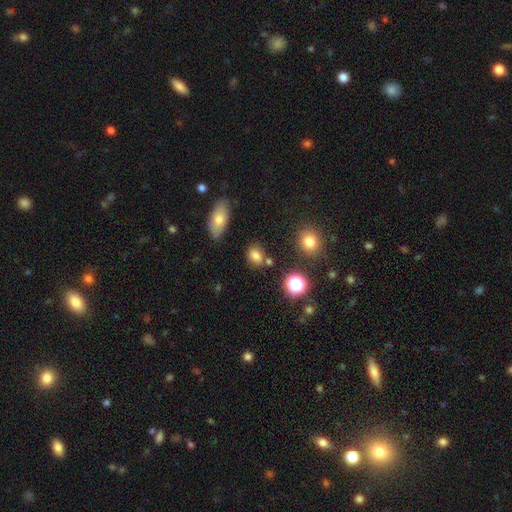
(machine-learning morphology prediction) The model was most divided on "how rounded": in between: 59%, round: 39%, cigar-shaped: 2%. More confident: smooth or featured — smooth (76%); merging — none (74%).